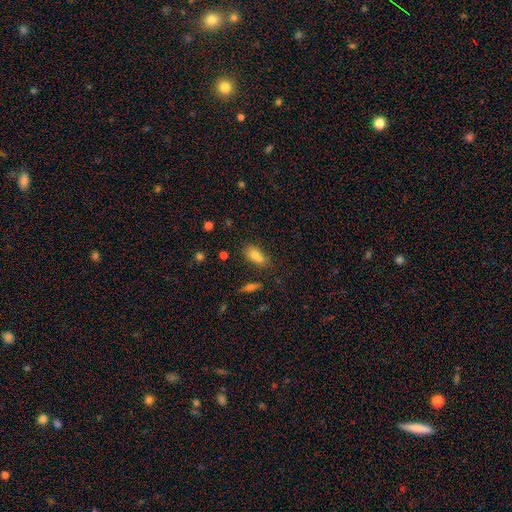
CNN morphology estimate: type=smooth (74%); roundness=in between (83%); merging=none (54%).